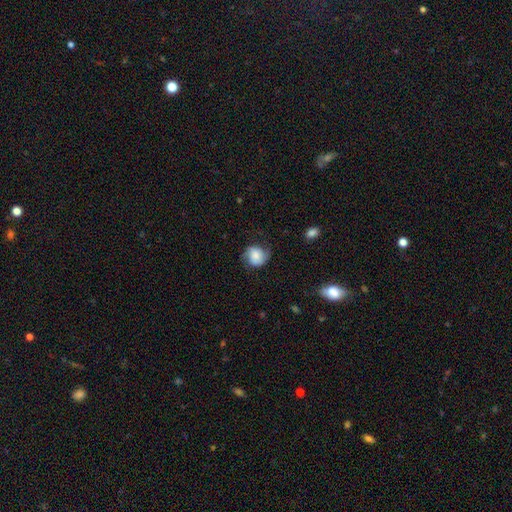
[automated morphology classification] This appears to be a smooth galaxy with no disk features (49%). Merging: none (66%).